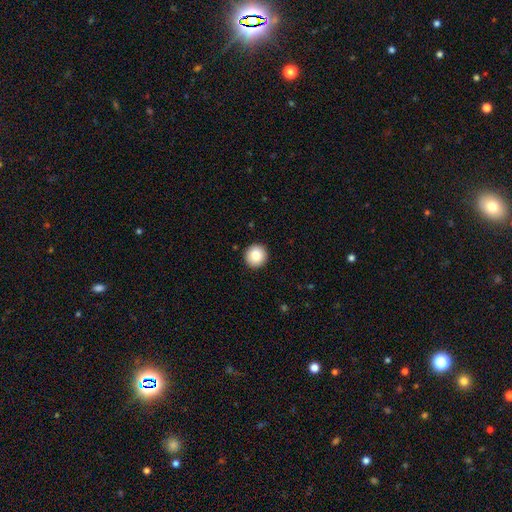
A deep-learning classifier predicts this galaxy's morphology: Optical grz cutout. It shows a smooth galaxy with no disk features (85%) that is round (95%). Merging: none (93%).